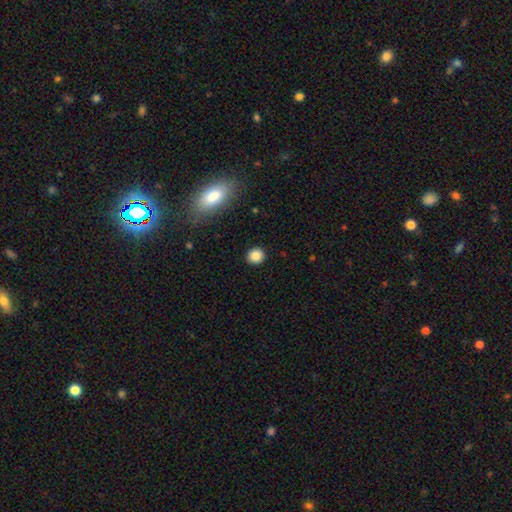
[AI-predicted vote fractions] Q: Smooth or featured?
A: smooth (86%); runner-up: star or artifact (10%)
Q: How rounded?
A: round (88%); runner-up: in between (11%)
Q: Merging?
A: none (90%); runner-up: minor disturbance (6%)